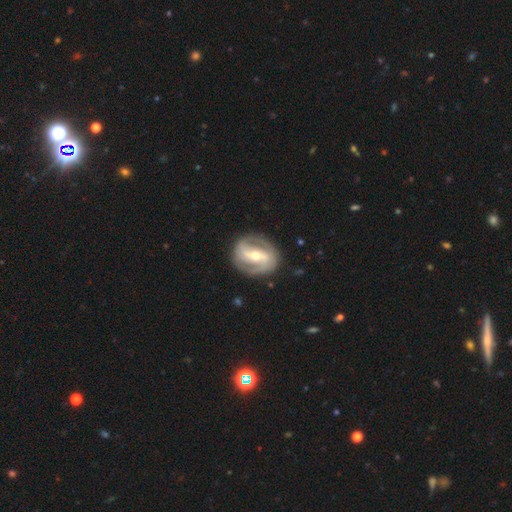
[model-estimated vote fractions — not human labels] Smooth or featured: featured or disk — 83% (smooth — 13%)
Edge-on disk: no — 96% (yes — 4%)
Bar: strong — 55% (weak — 30%)
Spiral arms: yes — 87% (no — 13%)
Spiral winding: medium — 43% (tight — 41%)
Spiral arm count: 2 — 85% (can't tell — 7%)
Bulge size: moderate — 59% (small — 37%)
Merging: none — 83% (minor disturbance — 11%)